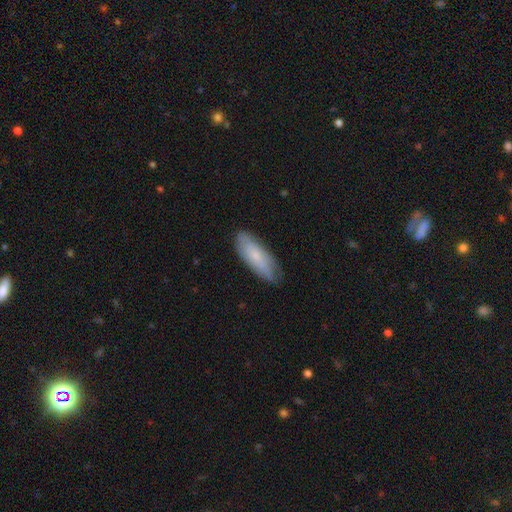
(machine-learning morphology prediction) A smooth galaxy with no disk features (64%) that is in between round and cigar-shaped (60%).

Vote fractions:
- Smooth or featured? smooth: 64% / featured or disk: 30% / star or artifact: 6%
- How rounded? in between: 60% / cigar-shaped: 38% / round: 2%
- Merging? none: 78% / minor disturbance: 18% / major disturbance: 3% / merger: 1%